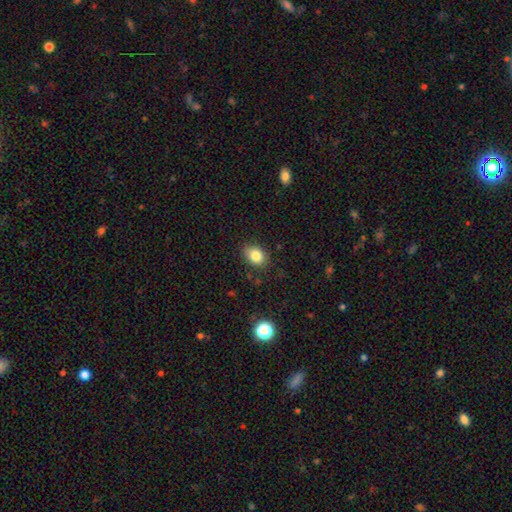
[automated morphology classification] Smooth or featured: smooth — 83% (star or artifact — 10%)
How rounded: in between — 64% (round — 35%)
Merging: none — 84% (minor disturbance — 12%)